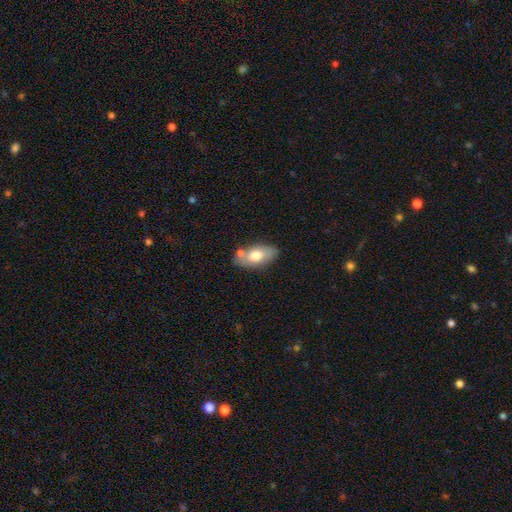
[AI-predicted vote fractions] Q: Smooth or featured?
A: smooth (68%); runner-up: featured or disk (25%)
Q: How rounded?
A: in between (91%); runner-up: round (4%)
Q: Merging?
A: none (66%); runner-up: minor disturbance (16%)